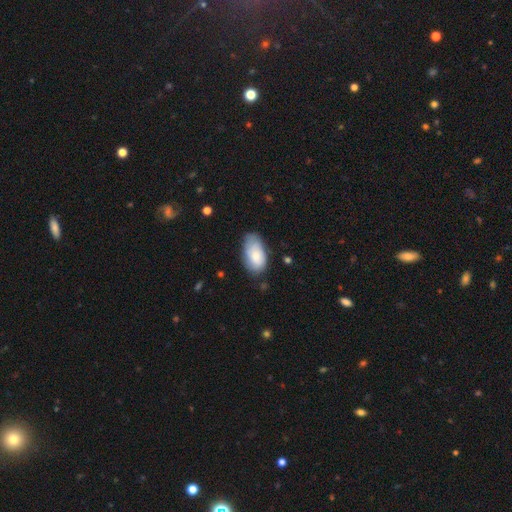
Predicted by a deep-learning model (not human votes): Q: Smooth or featured?
A: smooth (74%); runner-up: featured or disk (19%)
Q: How rounded?
A: in between (94%); runner-up: round (4%)
Q: Merging?
A: none (60%); runner-up: minor disturbance (30%)